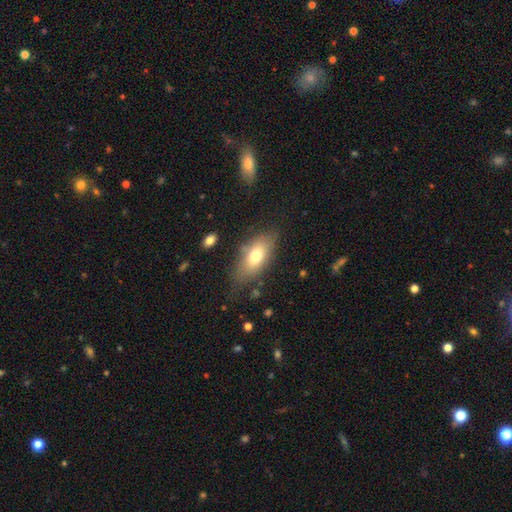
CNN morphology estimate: A smooth galaxy with no disk features (71%) that is in between round and cigar-shaped (85%). Merging: none (70%).